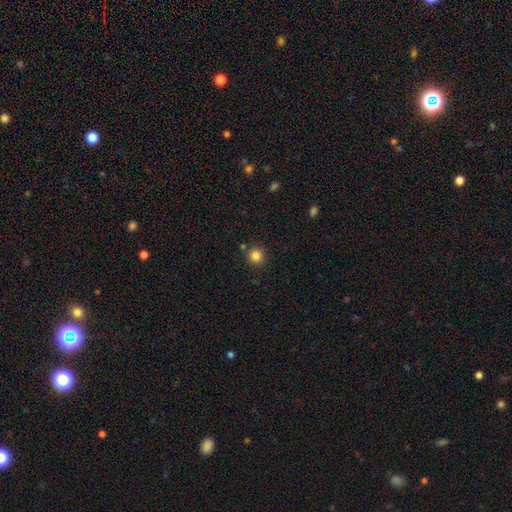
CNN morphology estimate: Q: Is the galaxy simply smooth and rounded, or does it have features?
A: smooth — 84%.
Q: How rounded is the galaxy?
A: round — 94%.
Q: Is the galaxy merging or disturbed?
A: none — 86%.